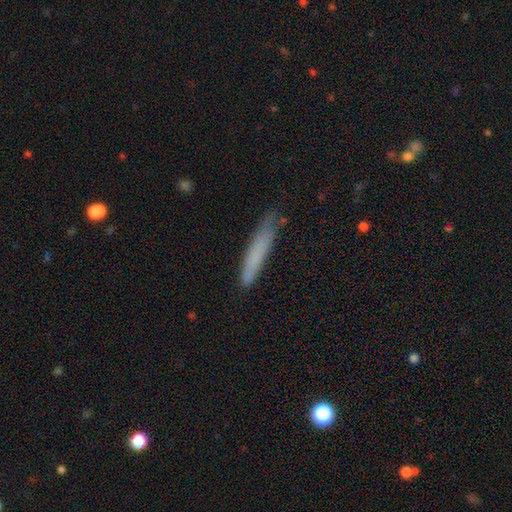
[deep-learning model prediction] Overall: smooth (74%). How rounded: cigar-shaped (93%). Merging: none (71%).